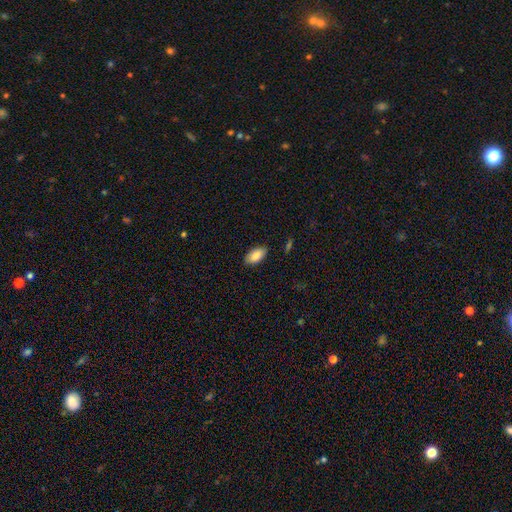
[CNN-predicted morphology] The model was most divided on "smooth or featured": smooth: 84%, featured or disk: 9%, star or artifact: 7%. More confident: how rounded — in between (94%); merging — none (87%).